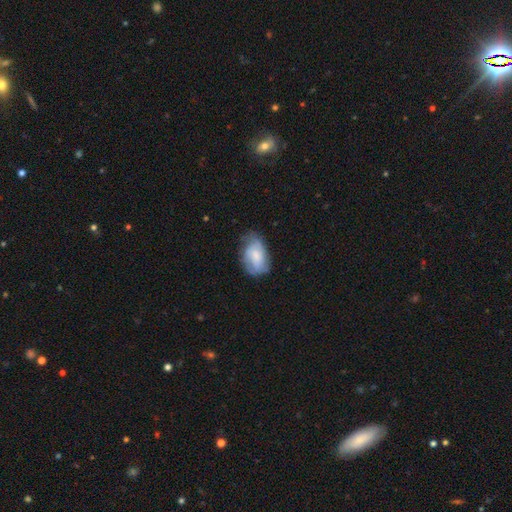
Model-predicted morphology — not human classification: type=smooth (56%); roundness=in between (88%); merging=none (50%).